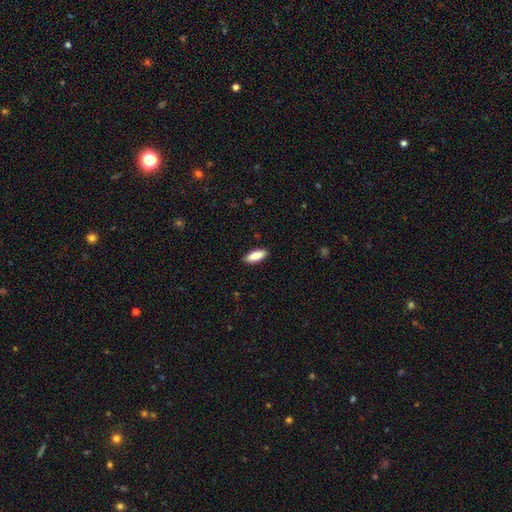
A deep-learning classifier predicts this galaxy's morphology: type=smooth (83%); roundness=in between (70%); merging=none (90%).